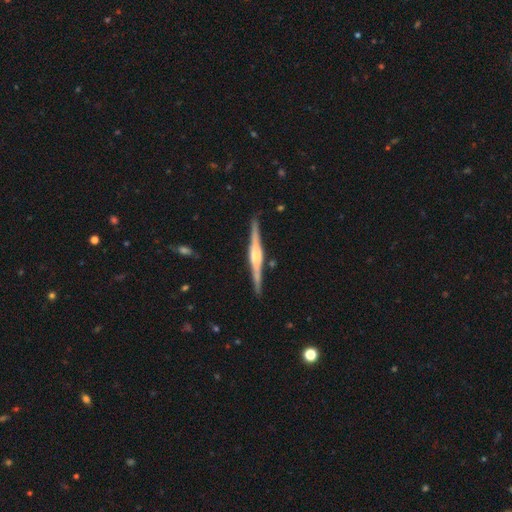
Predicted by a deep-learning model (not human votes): The model was most divided on "edge-on bulge": rounded: 65%, boxy: 30%, none: 5%. More confident: edge-on disk — yes (98%); merging — none (89%); smooth or featured — featured or disk (84%).